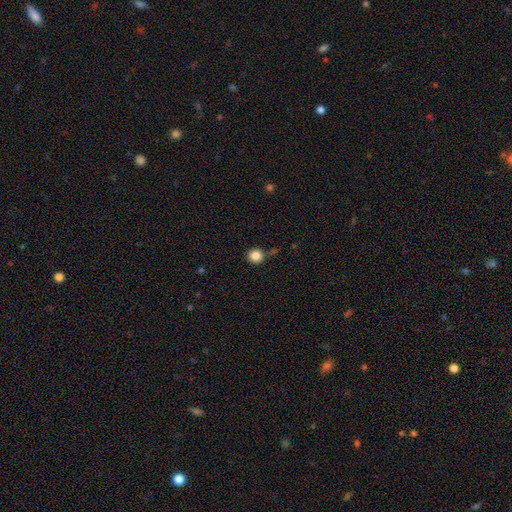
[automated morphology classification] smooth-or-featured: smooth: 85% | star or artifact: 11% | featured or disk: 4%
  how-rounded: round: 92% | in between: 7% | cigar-shaped: 1%
  merging: none: 81% | minor disturbance: 11% | merger: 5% | major disturbance: 3%